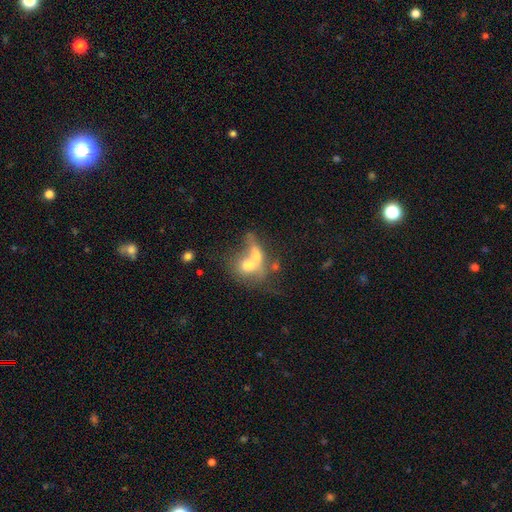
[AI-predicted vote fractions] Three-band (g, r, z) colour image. It shows a smooth galaxy with no disk features (59%) that is in between round and cigar-shaped (54%). Merging: merger (72%).